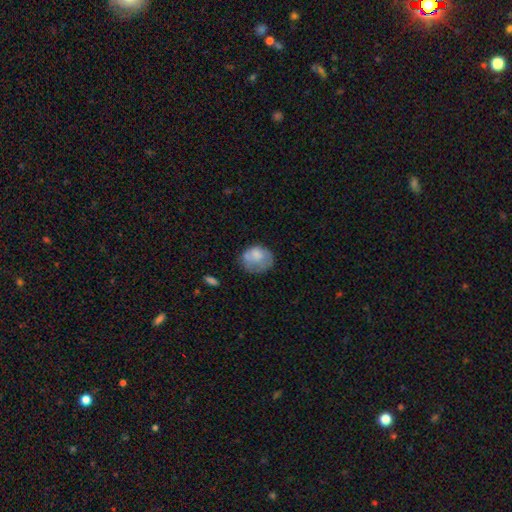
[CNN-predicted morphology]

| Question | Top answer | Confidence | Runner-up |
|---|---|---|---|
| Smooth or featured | smooth | 71% | featured or disk (21%) |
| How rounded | round | 60% | in between (40%) |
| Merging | none | 48% | minor disturbance (30%) |